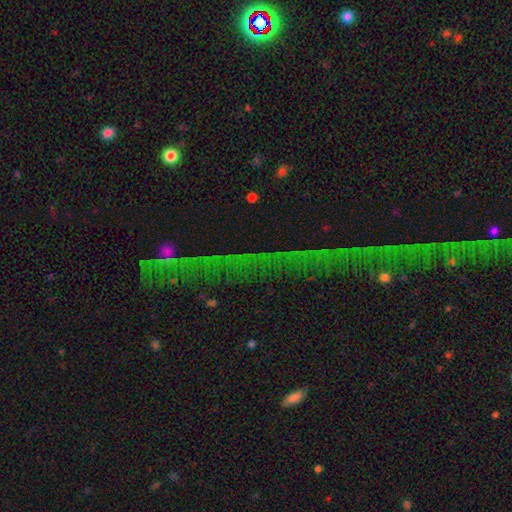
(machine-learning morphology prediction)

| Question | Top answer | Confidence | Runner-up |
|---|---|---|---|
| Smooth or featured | star or artifact | 70% | featured or disk (15%) |